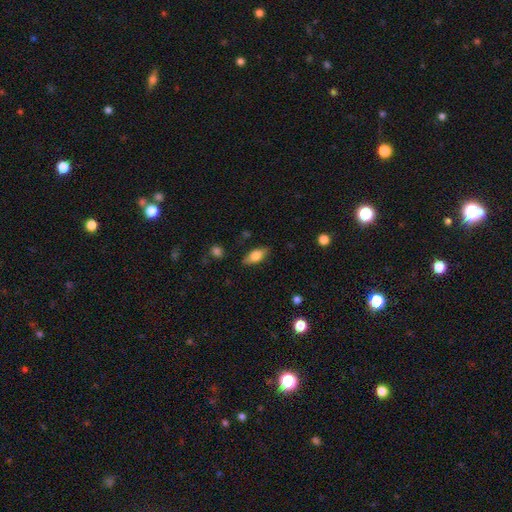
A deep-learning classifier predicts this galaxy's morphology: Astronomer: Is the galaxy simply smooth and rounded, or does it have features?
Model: smooth — 70%.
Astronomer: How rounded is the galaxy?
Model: in between — 82%.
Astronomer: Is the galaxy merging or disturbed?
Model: none — 83%.